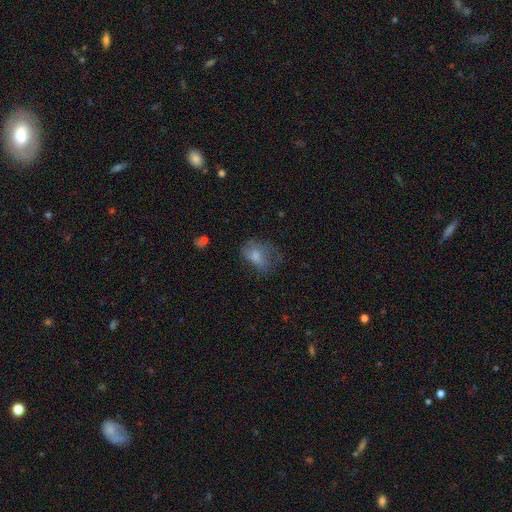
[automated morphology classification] Overall: smooth (57%; featured or disk 28%). How rounded: in between (68%; round 30%). Merging: none (44%; minor disturbance 27%).